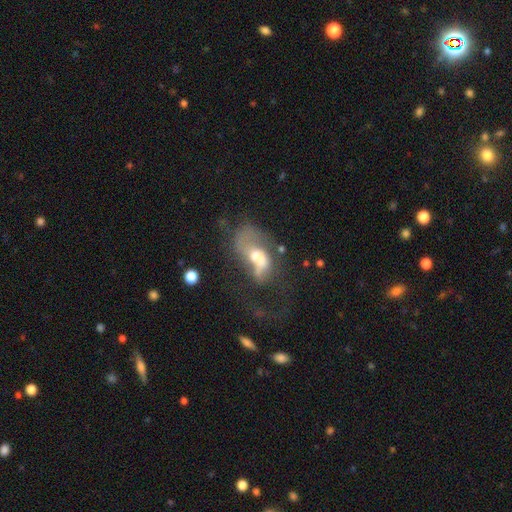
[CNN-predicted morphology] A featured or disk galaxy (59%) with no bar (64%), spiral arms (60%) and a moderate central bulge (57%). Merging: major disturbance (46%).